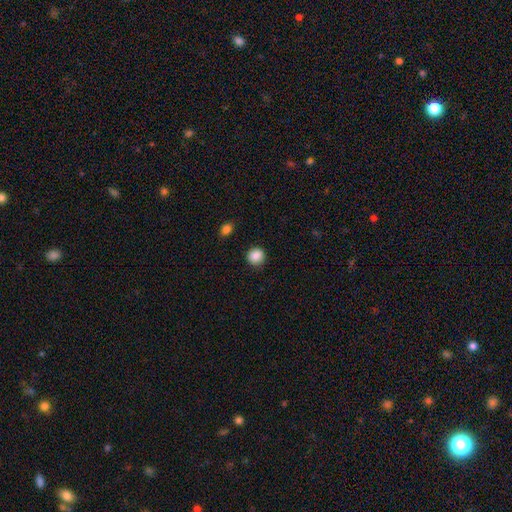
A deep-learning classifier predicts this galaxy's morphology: This is clearly a smooth galaxy (88%). How rounded: clearly round (90%). Merging: clearly none (89%).